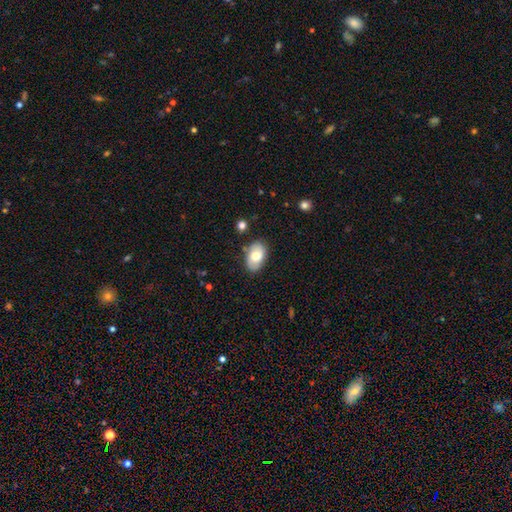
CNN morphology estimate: Q: Smooth or featured?
A: smooth (63%); runner-up: featured or disk (30%)
Q: How rounded?
A: in between (91%); runner-up: round (8%)
Q: Merging?
A: none (80%); runner-up: minor disturbance (14%)